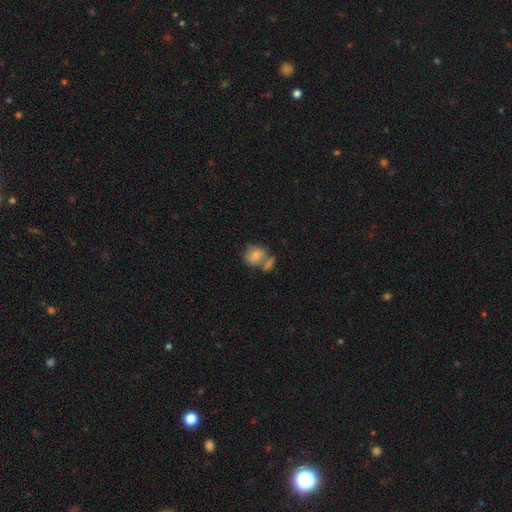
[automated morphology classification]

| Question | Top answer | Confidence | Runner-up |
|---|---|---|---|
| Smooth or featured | smooth | 70% | featured or disk (21%) |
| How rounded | in between | 51% | round (47%) |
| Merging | merger | 45% | none (30%) |